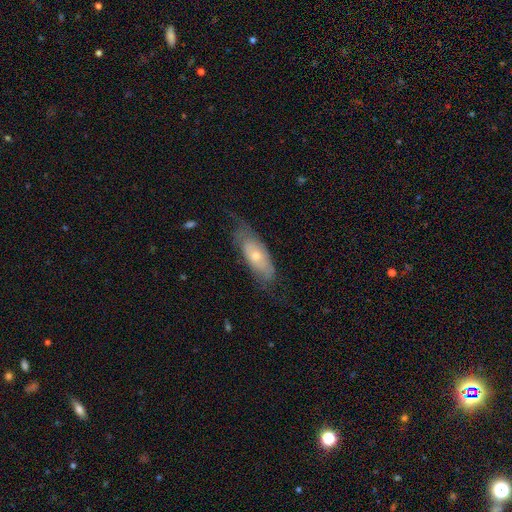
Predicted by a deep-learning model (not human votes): Overall: featured or disk (51%; smooth 42%). Edge-on disk: no (76%). Merging: none (57%; minor disturbance 28%).